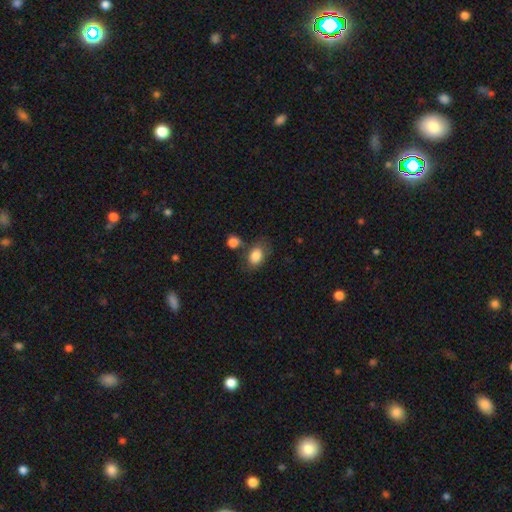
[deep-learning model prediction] Smooth or featured?
  - smooth: 84% *
  - featured or disk: 8%
  - star or artifact: 8%
How rounded?
  - in between: 79% *
  - round: 20%
  - cigar-shaped: 1%
Merging?
  - none: 60% *
  - minor disturbance: 19%
  - merger: 15%
  - major disturbance: 7%